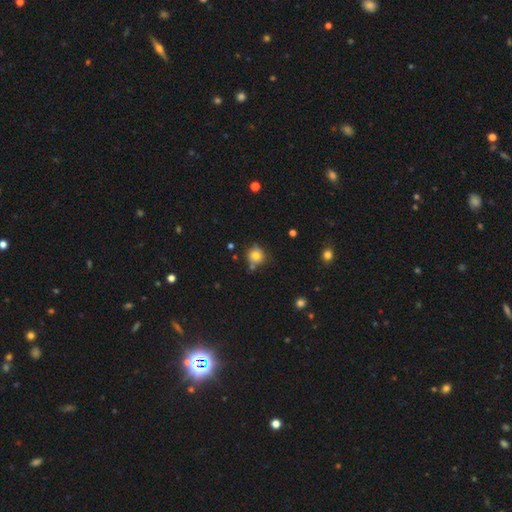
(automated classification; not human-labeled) smooth 78%, star or artifact 12%, featured or disk 11%. Down the decision tree: how rounded — round (87%); merging — none (69%).